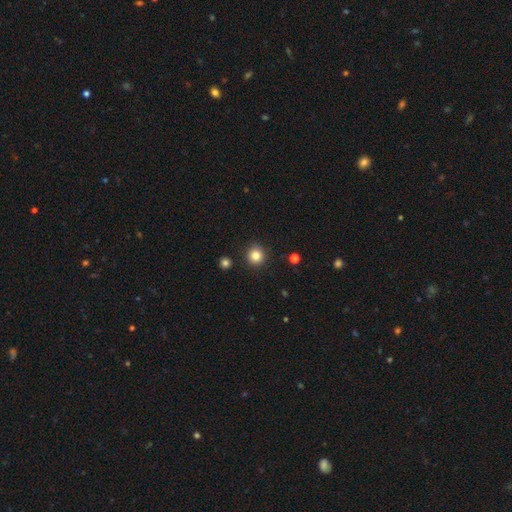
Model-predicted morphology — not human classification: This is clearly a smooth galaxy (83%). How rounded: clearly round (94%). Merging: clearly none (89%).